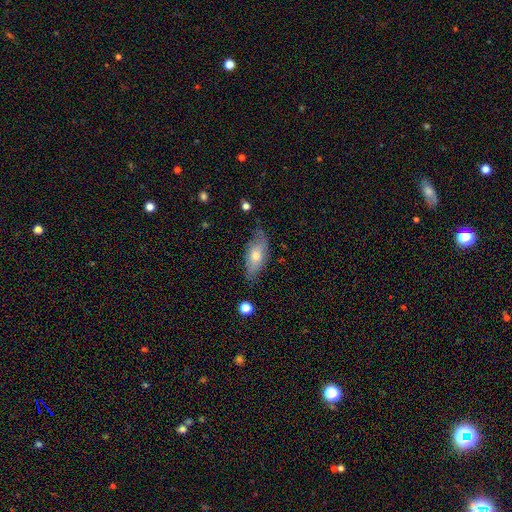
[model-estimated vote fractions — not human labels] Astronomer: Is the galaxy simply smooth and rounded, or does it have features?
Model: smooth — 61%.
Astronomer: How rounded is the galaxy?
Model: in between — 79%.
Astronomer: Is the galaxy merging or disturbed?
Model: none — 71%.